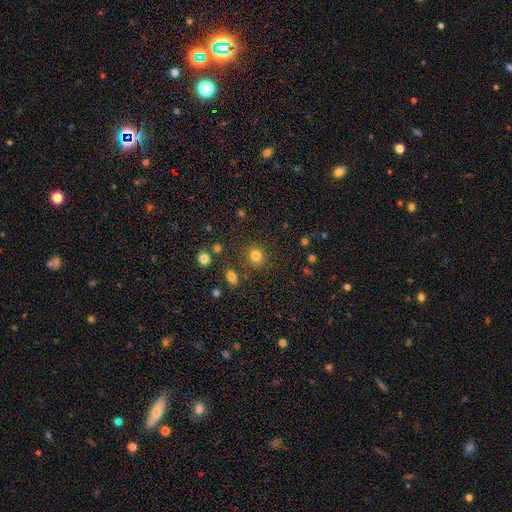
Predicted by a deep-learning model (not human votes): Smooth or featured: smooth — 81% (star or artifact — 14%)
How rounded: round — 86% (in between — 13%)
Merging: none — 83% (minor disturbance — 9%)